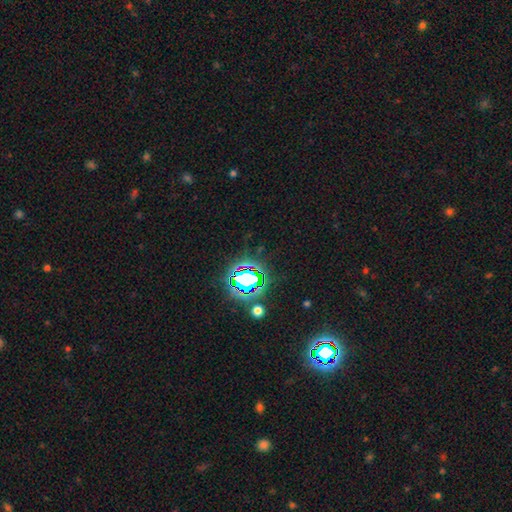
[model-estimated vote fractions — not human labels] star or artifact 82%, smooth 11%, featured or disk 7%.